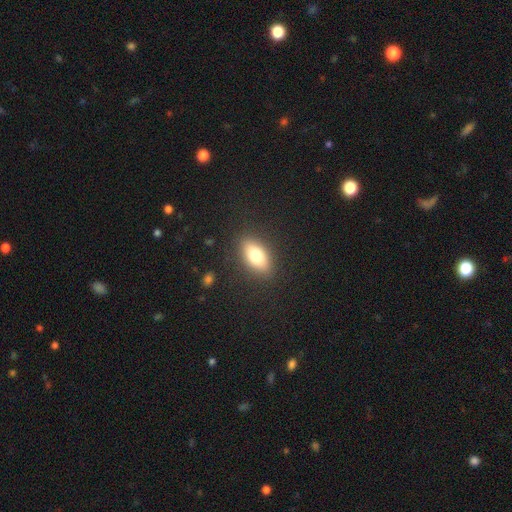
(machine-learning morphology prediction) smooth_or_featured: smooth (p=0.76) [alt: featured or disk p=0.16]
how_rounded: in between (p=0.85) [alt: cigar-shaped p=0.10]
merging: none (p=0.86) [alt: minor disturbance p=0.09]